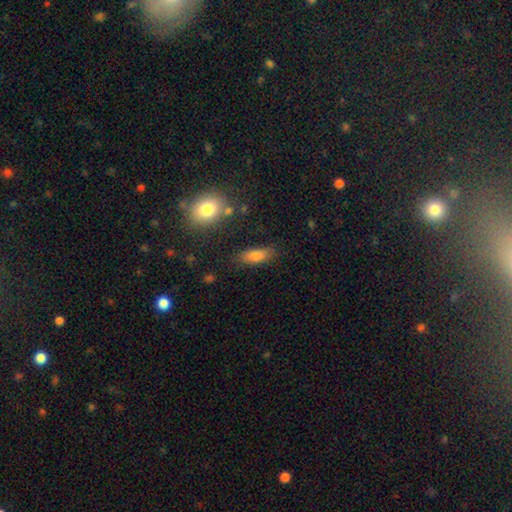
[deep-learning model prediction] Smooth or featured: smooth — 82% (featured or disk — 10%)
How rounded: in between — 73% (cigar-shaped — 23%)
Merging: none — 77% (minor disturbance — 15%)